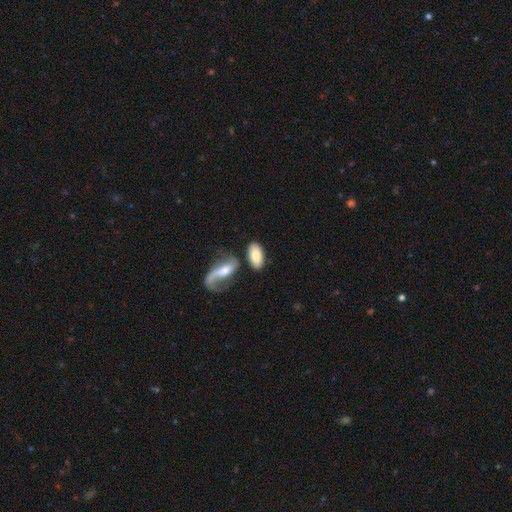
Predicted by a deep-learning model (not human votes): Q: Smooth or featured?
A: smooth (74%); runner-up: featured or disk (20%)
Q: How rounded?
A: in between (92%); runner-up: cigar-shaped (4%)
Q: Merging?
A: none (58%); runner-up: merger (21%)